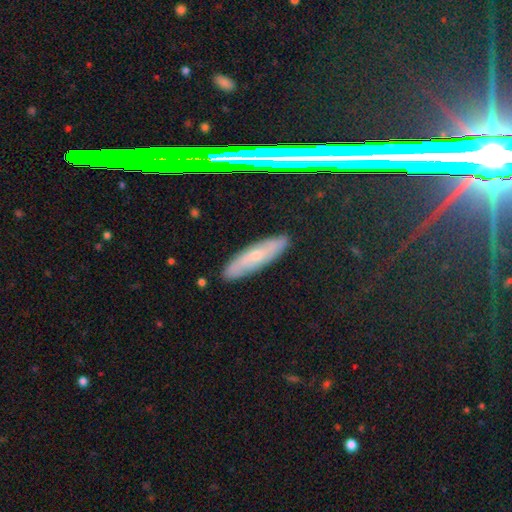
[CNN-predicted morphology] The model was most divided on "smooth or featured": smooth: 44%, featured or disk: 42%, star or artifact: 14%. More confident: merging — none (84%).